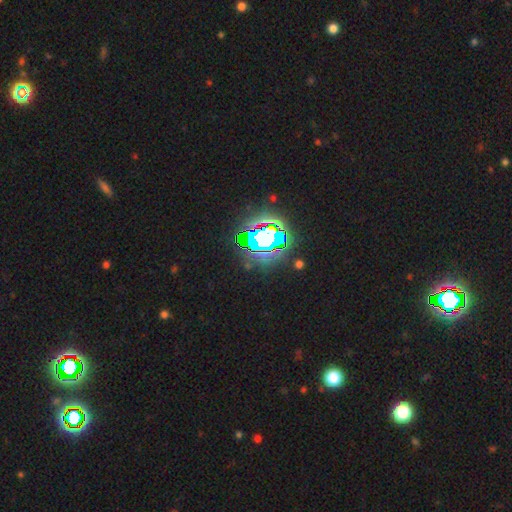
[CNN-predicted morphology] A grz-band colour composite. It shows a star or artifact, not a galaxy (83%).